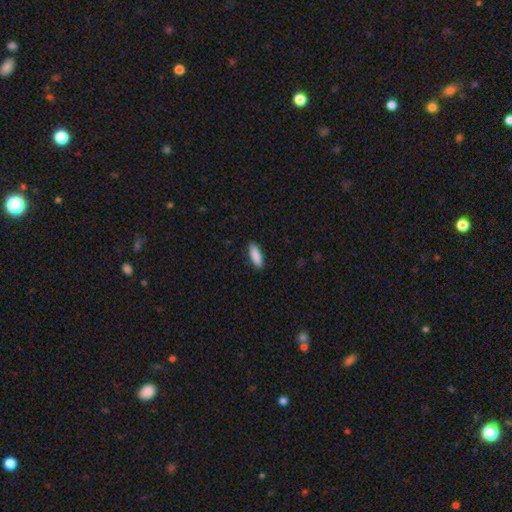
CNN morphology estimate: This appears to be a smooth galaxy with no disk features (89%) that is cigar-shaped (50%). Merging: none (88%).